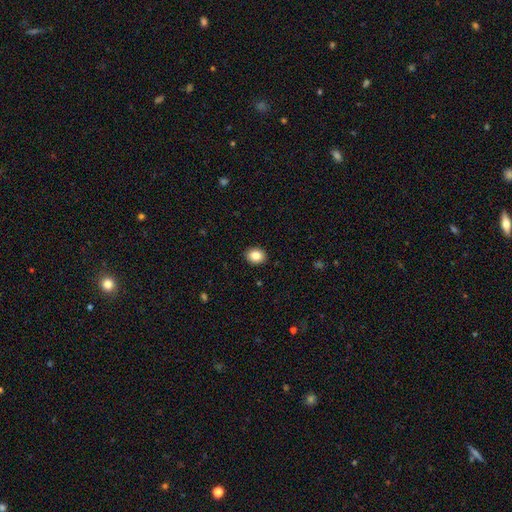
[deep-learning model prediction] Q: Smooth or featured?
A: smooth (85%); runner-up: star or artifact (9%)
Q: How rounded?
A: round (54%); runner-up: in between (46%)
Q: Merging?
A: none (91%); runner-up: minor disturbance (6%)